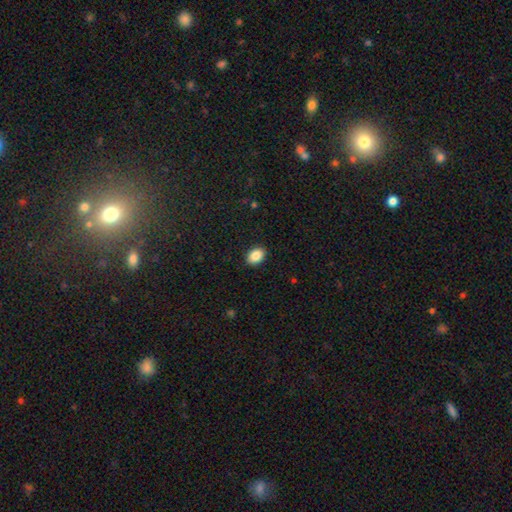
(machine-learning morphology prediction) Q: Smooth or featured?
A: smooth (88%); runner-up: star or artifact (8%)
Q: How rounded?
A: in between (80%); runner-up: round (19%)
Q: Merging?
A: none (90%); runner-up: minor disturbance (7%)